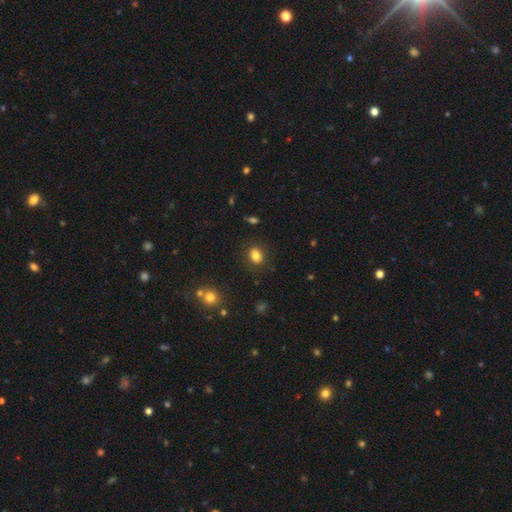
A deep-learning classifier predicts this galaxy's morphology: Q: Smooth or featured?
A: smooth (82%); runner-up: star or artifact (11%)
Q: How rounded?
A: in between (56%); runner-up: round (43%)
Q: Merging?
A: none (86%); runner-up: minor disturbance (9%)